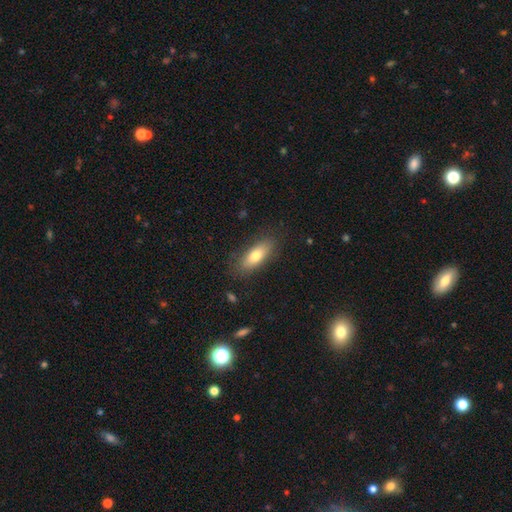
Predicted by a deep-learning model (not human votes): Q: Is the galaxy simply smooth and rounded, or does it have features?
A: smooth — 73%.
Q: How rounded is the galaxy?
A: in between — 70%.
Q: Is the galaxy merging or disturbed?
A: none — 81%.